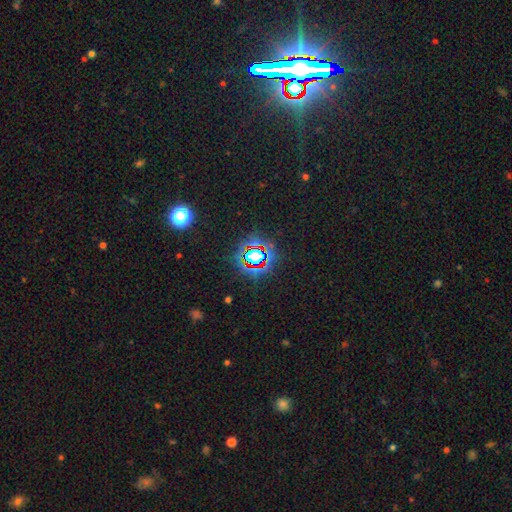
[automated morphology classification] Smooth or featured? Predicted: star or artifact (p=0.74).